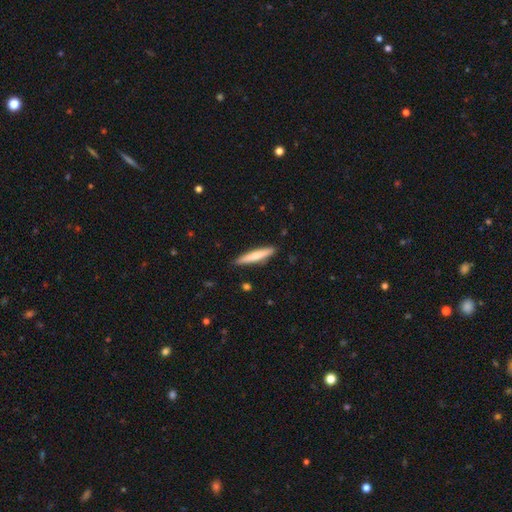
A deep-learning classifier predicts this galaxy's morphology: This is likely a smooth galaxy (68%). How rounded: clearly cigar-shaped (91%). Merging: clearly none (88%).